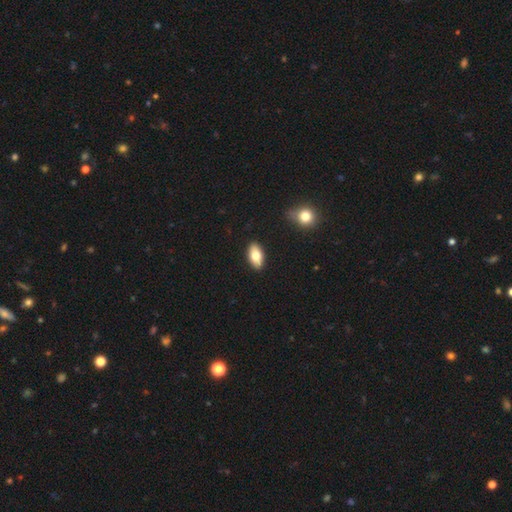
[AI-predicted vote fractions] Q: Smooth or featured?
A: smooth (77%); runner-up: featured or disk (17%)
Q: How rounded?
A: in between (91%); runner-up: cigar-shaped (5%)
Q: Merging?
A: none (89%); runner-up: minor disturbance (8%)